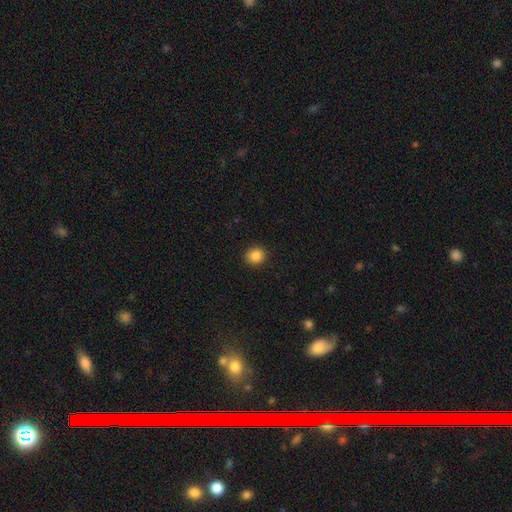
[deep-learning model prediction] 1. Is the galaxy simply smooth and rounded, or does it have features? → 86% smooth, 10% star or artifact, 4% featured or disk.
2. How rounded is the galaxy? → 89% round, 10% in between, 1% cigar-shaped.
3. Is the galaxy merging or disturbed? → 92% none, 5% minor disturbance, 2% major disturbance, 1% merger.